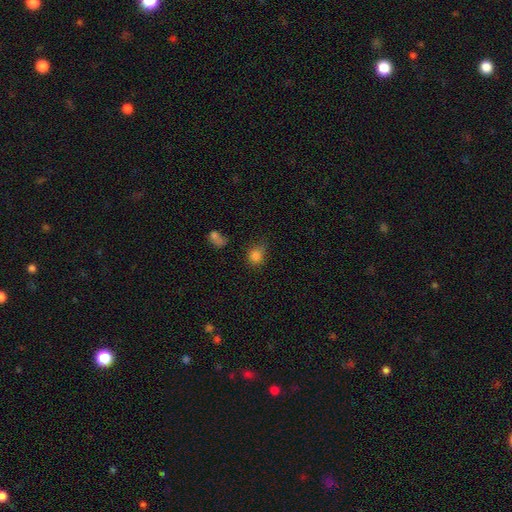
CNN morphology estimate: Overall: smooth (80%). How rounded: round (69%). Merging: none (56%; minor disturbance 25%).